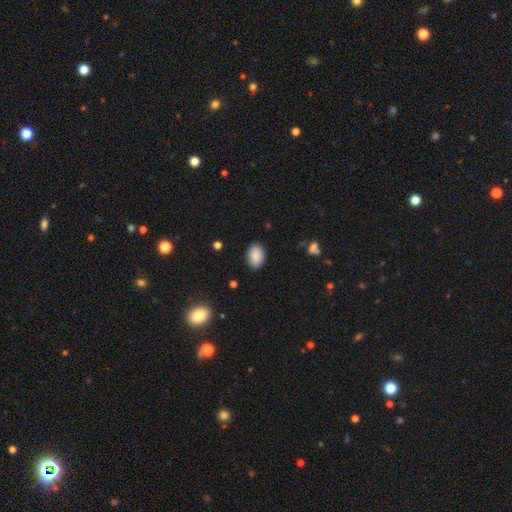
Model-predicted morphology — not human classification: Smooth or featured? smooth (89%)
How rounded? in between (86%)
Merging? none (88%)